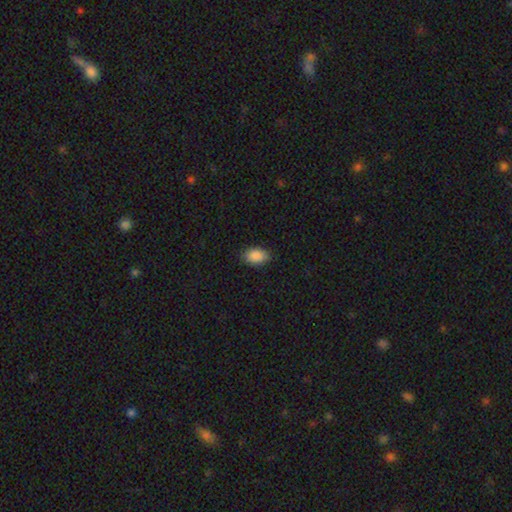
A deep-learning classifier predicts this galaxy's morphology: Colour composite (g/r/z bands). It shows a smooth galaxy with no disk features (89%) that is in between round and cigar-shaped (90%). Merging: none (87%).